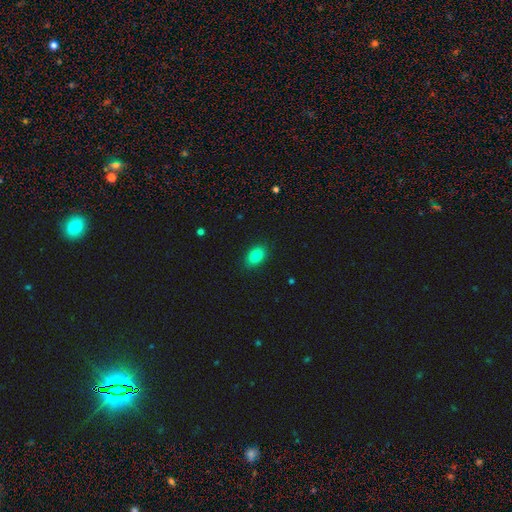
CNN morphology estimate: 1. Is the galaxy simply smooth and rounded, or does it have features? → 86% smooth, 9% star or artifact, 5% featured or disk.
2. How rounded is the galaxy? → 86% in between, 12% round, 1% cigar-shaped.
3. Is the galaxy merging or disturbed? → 87% none, 9% minor disturbance, 2% major disturbance, 1% merger.